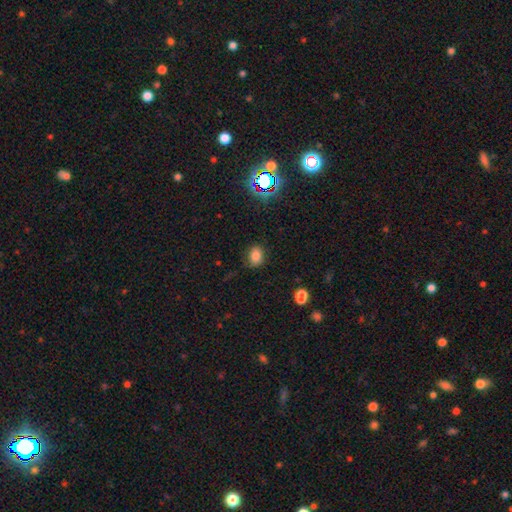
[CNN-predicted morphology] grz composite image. It shows a smooth galaxy with no disk features (78%) that is in between round and cigar-shaped (61%). Merging: none (77%).